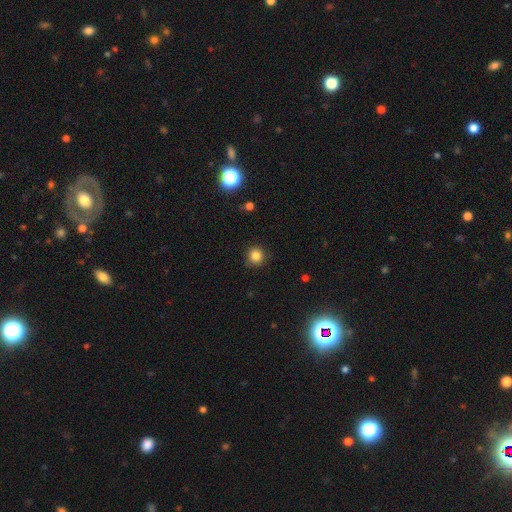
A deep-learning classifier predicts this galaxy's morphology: smooth-or-featured: smooth: 82% | star or artifact: 13% | featured or disk: 5%
  how-rounded: round: 92% | in between: 7% | cigar-shaped: 1%
  merging: none: 86% | minor disturbance: 10% | major disturbance: 2% | merger: 1%